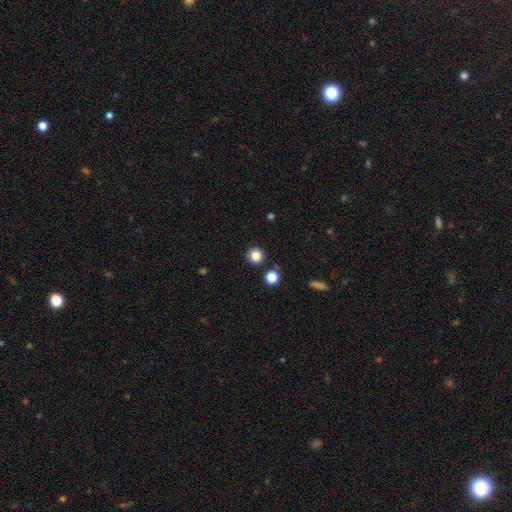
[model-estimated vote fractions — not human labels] This is clearly a smooth galaxy (84%). How rounded: clearly round (94%). Merging: clearly none (88%).